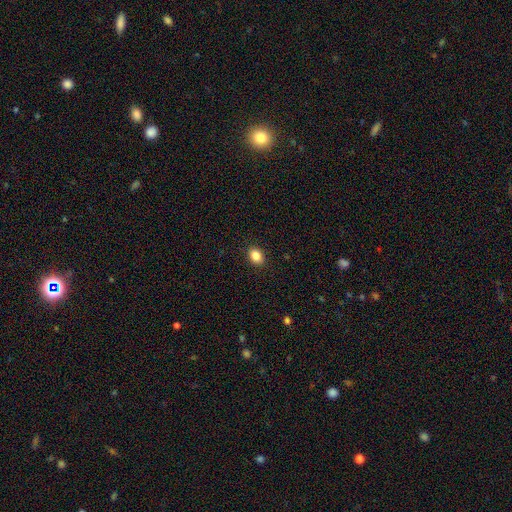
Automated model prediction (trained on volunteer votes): Morphology: type=smooth (86%); roundness=in between (66%); merging=none (90%).